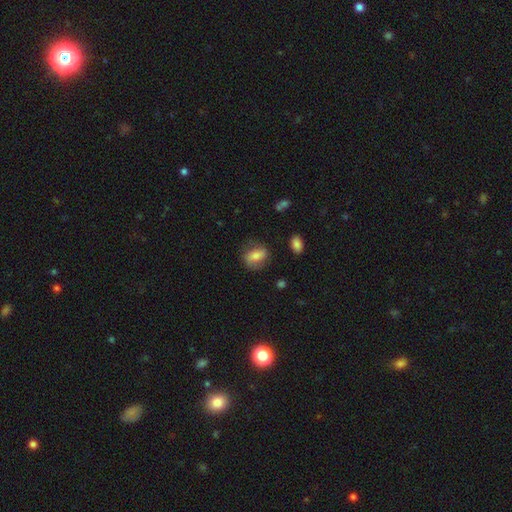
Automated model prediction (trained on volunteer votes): A smooth galaxy with no disk features (65%) that is in between round and cigar-shaped (67%).

Vote fractions:
- Smooth or featured? smooth: 65% / featured or disk: 27% / star or artifact: 8%
- How rounded? in between: 67% / round: 29% / cigar-shaped: 3%
- Merging? none: 72% / minor disturbance: 19% / major disturbance: 7% / merger: 2%